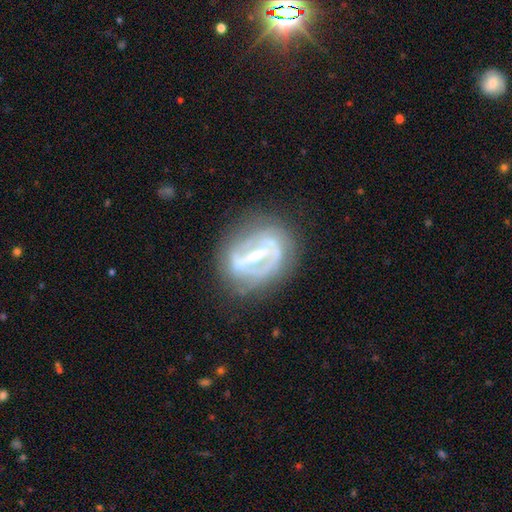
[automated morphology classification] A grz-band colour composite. It shows a featured or disk galaxy (82%) with a strong bar (75%), spiral arms (62%) and a small central bulge (45%). Merging: none (68%).